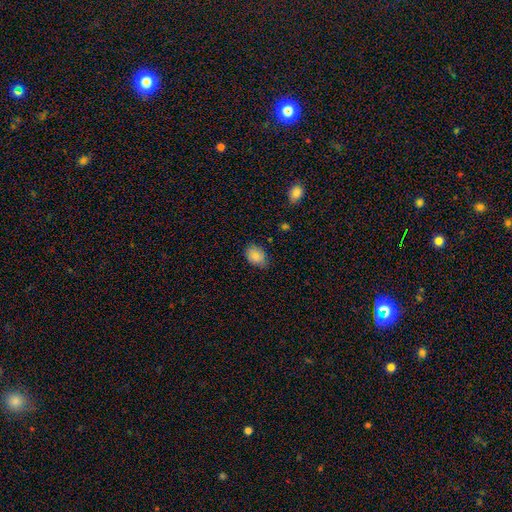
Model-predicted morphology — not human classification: smooth_or_featured: smooth (p=0.86) [alt: star or artifact p=0.08]
how_rounded: in between (p=0.74) [alt: round p=0.25]
merging: none (p=0.75) [alt: minor disturbance p=0.21]